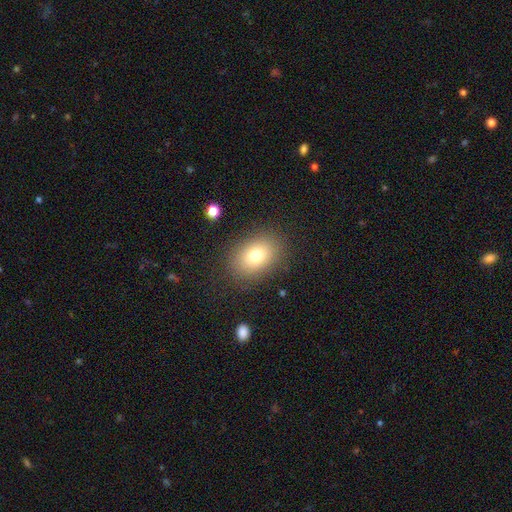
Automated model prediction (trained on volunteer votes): A smooth galaxy with no disk features (77%) that is in between round and cigar-shaped (70%).

Vote fractions:
- Smooth or featured? smooth: 77% / featured or disk: 12% / star or artifact: 11%
- How rounded? in between: 70% / round: 28% / cigar-shaped: 1%
- Merging? none: 85% / minor disturbance: 9% / major disturbance: 4% / merger: 1%